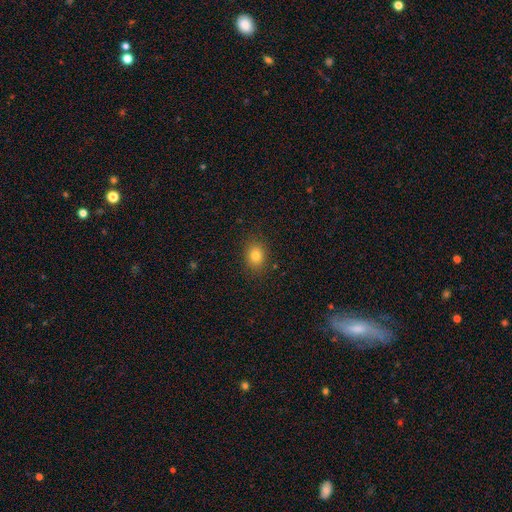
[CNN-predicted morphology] smooth_or_featured: smooth (p=0.81) [alt: star or artifact p=0.12]
how_rounded: in between (p=0.52) [alt: round p=0.47]
merging: none (p=0.87) [alt: minor disturbance p=0.09]